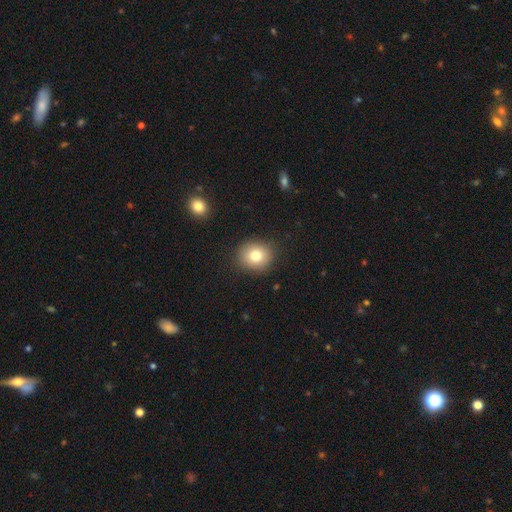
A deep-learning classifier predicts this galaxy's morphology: Overall: smooth (78%). How rounded: round (80%). Merging: none (89%).